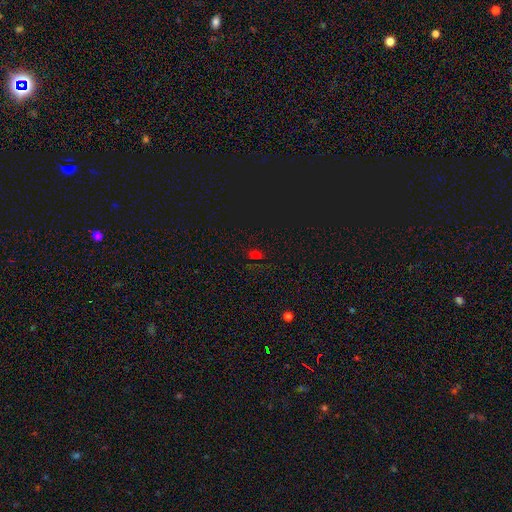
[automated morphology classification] This appears to be a star or artifact, not a galaxy (50%).